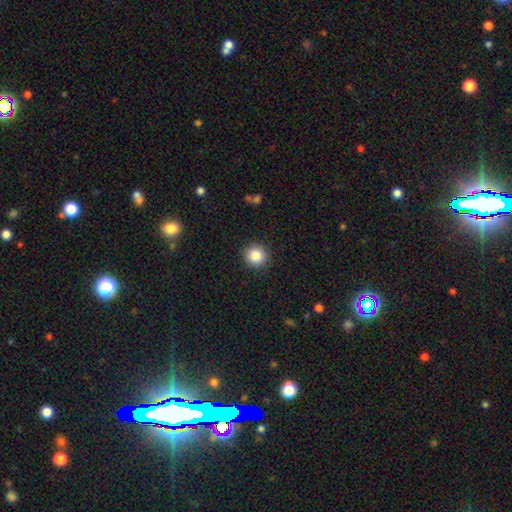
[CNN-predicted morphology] Smooth or featured: smooth — 85% (star or artifact — 10%)
How rounded: round — 93% (in between — 6%)
Merging: none — 91% (minor disturbance — 6%)